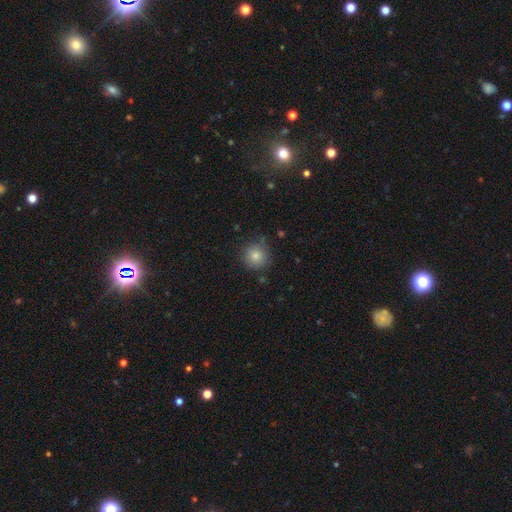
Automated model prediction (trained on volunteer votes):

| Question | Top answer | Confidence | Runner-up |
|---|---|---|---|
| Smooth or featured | smooth | 83% | star or artifact (10%) |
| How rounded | round | 93% | in between (6%) |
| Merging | none | 82% | minor disturbance (13%) |